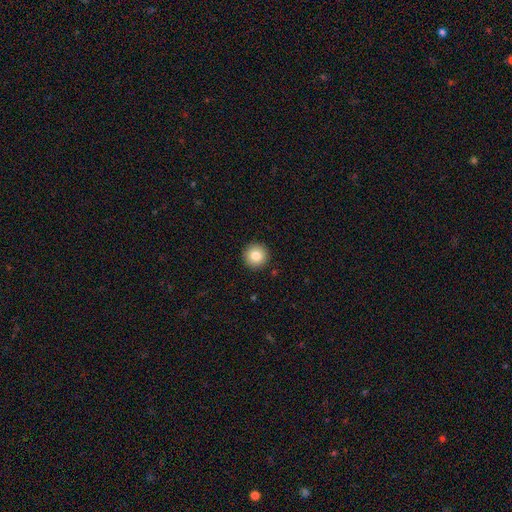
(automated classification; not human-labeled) Smooth or featured?
  - smooth: 83% *
  - star or artifact: 10%
  - featured or disk: 7%
How rounded?
  - round: 96% *
  - in between: 3%
  - cigar-shaped: 1%
Merging?
  - none: 93% *
  - minor disturbance: 5%
  - major disturbance: 2%
  - merger: 1%